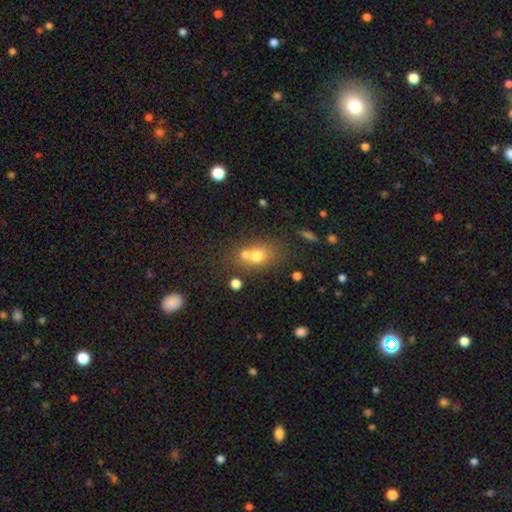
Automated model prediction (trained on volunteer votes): Smooth or featured: smooth — 68% (featured or disk — 18%)
How rounded: round — 55% (in between — 43%)
Merging: merger — 46% (none — 40%)